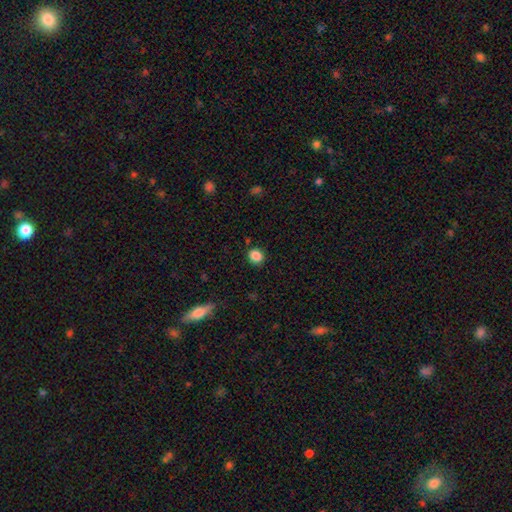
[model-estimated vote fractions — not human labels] Q: Smooth or featured?
A: smooth (86%); runner-up: star or artifact (10%)
Q: How rounded?
A: round (77%); runner-up: in between (22%)
Q: Merging?
A: none (86%); runner-up: minor disturbance (9%)